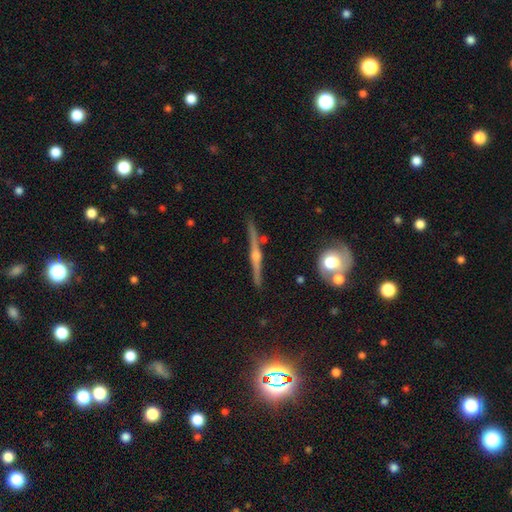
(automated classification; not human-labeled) A featured or disk galaxy (80%) viewed edge-on (97%) with a rounded central bulge (88%).

Vote fractions:
- Smooth or featured? featured or disk: 80% / smooth: 10% / star or artifact: 9%
- Edge-on disk? yes: 97% / no: 3%
- Edge-on bulge? rounded: 88% / none: 7% / boxy: 6%
- Merging? none: 86% / minor disturbance: 9% / merger: 3% / major disturbance: 2%